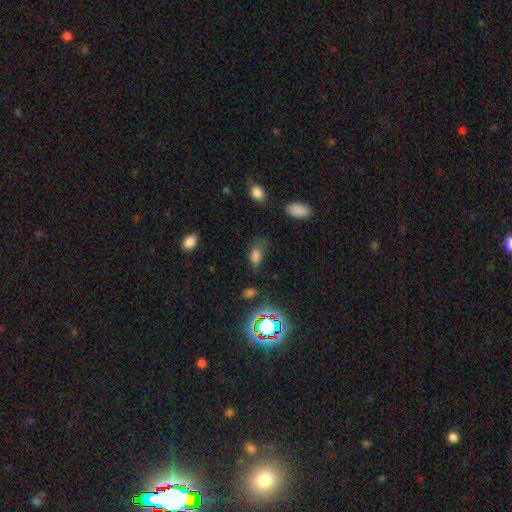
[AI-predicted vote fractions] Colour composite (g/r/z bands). It shows a smooth galaxy with no disk features (73%) that is in between round and cigar-shaped (86%). Merging: none (51%).